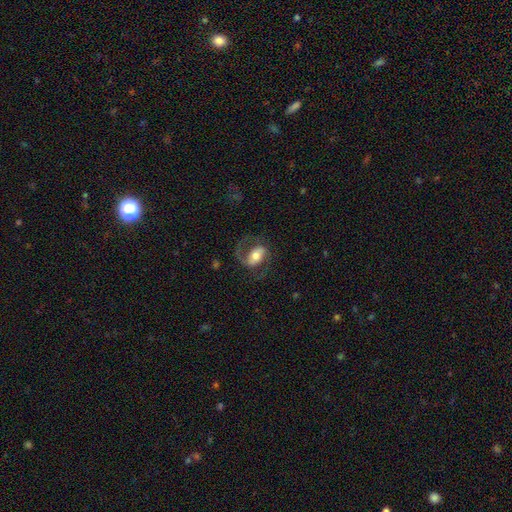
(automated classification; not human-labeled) Smooth or featured? featured or disk (69%)
Edge-on disk? no (96%)
Bar? weak (36%)
Spiral arms? yes (89%)
Spiral winding? medium (50%)
Spiral arm count? 2 (74%)
Bulge size? moderate (61%)
Merging? none (62%)